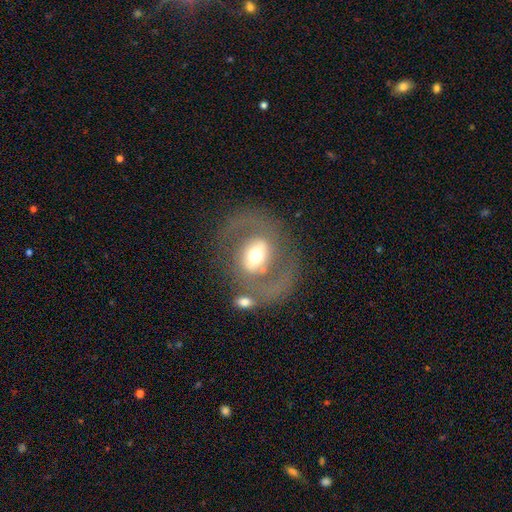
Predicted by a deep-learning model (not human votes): Smooth or featured? featured or disk (70%)
Edge-on disk? no (95%)
Bar? strong (34%, tied with weak)
Spiral arms? yes (57%)
Bulge size? moderate (65%)
Merging? none (67%)